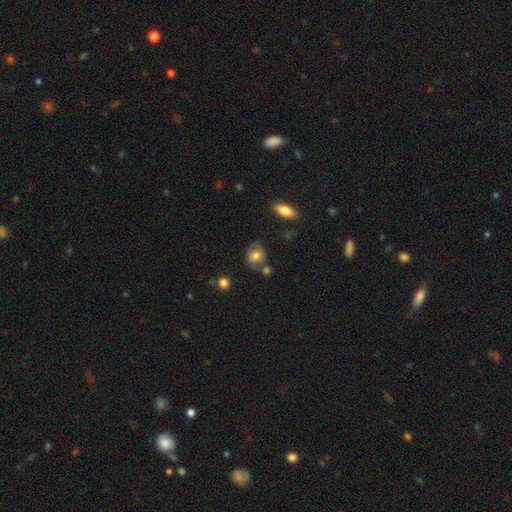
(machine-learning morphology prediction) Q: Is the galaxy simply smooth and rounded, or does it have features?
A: smooth — 70%.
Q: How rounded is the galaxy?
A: in between — 51%.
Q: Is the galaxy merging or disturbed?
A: none — 59%.